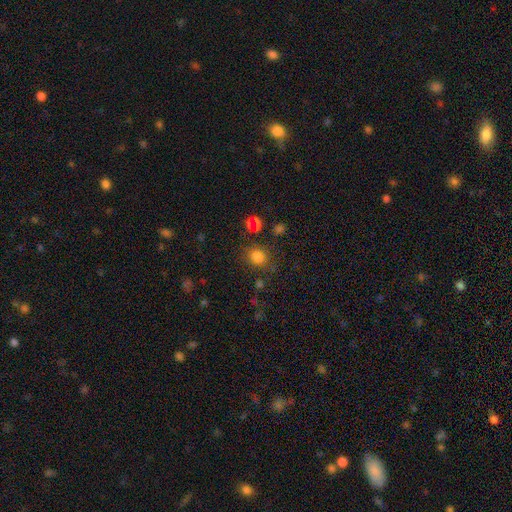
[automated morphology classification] smooth_or_featured: smooth (p=0.75) [alt: star or artifact p=0.19]
how_rounded: round (p=0.80) [alt: in between p=0.19]
merging: none (p=0.82) [alt: minor disturbance p=0.10]